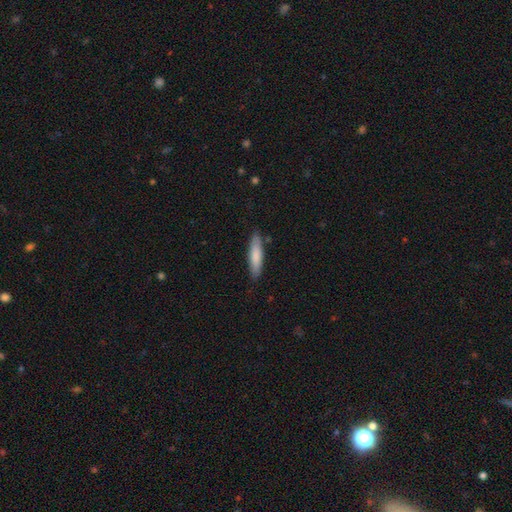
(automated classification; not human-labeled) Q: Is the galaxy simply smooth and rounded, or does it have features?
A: smooth — 79%.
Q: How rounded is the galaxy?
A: cigar-shaped — 76%.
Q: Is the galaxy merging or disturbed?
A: none — 84%.